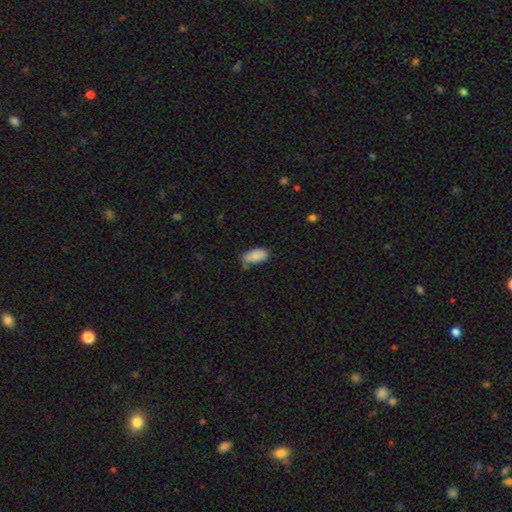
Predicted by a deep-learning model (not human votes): The model was most divided on "merging": none: 56%, minor disturbance: 31%, merger: 7%, major disturbance: 6%. More confident: how rounded — in between (93%); smooth or featured — smooth (86%).